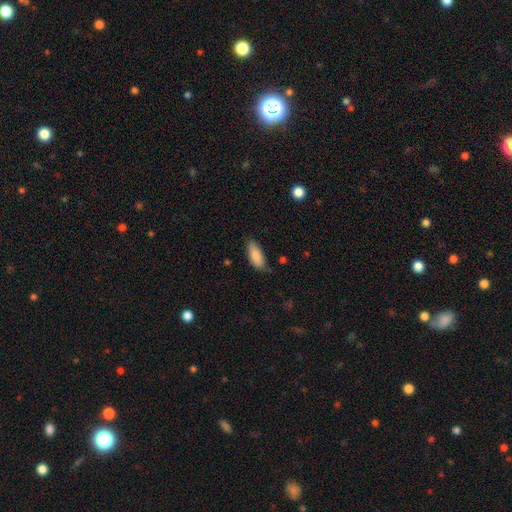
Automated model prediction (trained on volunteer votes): smooth-or-featured: smooth: 87% | featured or disk: 7% | star or artifact: 6%
  how-rounded: in between: 83% | cigar-shaped: 15% | round: 2%
  merging: none: 74% | minor disturbance: 21% | major disturbance: 3% | merger: 2%